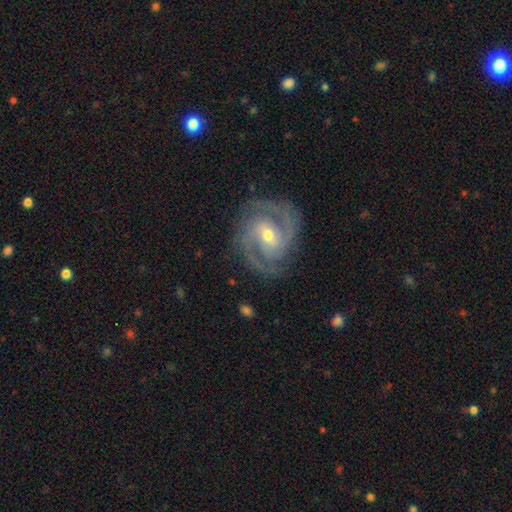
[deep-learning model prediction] Q: Smooth or featured?
A: featured or disk (84%); runner-up: star or artifact (9%)
Q: Edge-on disk?
A: no (97%); runner-up: yes (3%)
Q: Bar?
A: weak (46%); runner-up: no (32%)
Q: Spiral arms?
A: yes (97%); runner-up: no (3%)
Q: Spiral winding?
A: tight (52%); runner-up: medium (40%)
Q: Spiral arm count?
A: 2 (71%); runner-up: 3 (11%)
Q: Bulge size?
A: moderate (59%); runner-up: small (37%)
Q: Merging?
A: none (83%); runner-up: minor disturbance (12%)